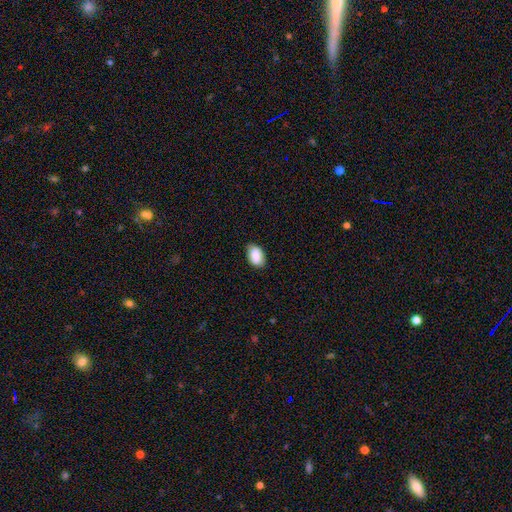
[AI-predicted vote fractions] Q: Smooth or featured?
A: smooth (87%); runner-up: star or artifact (7%)
Q: How rounded?
A: in between (91%); runner-up: round (7%)
Q: Merging?
A: none (79%); runner-up: minor disturbance (17%)